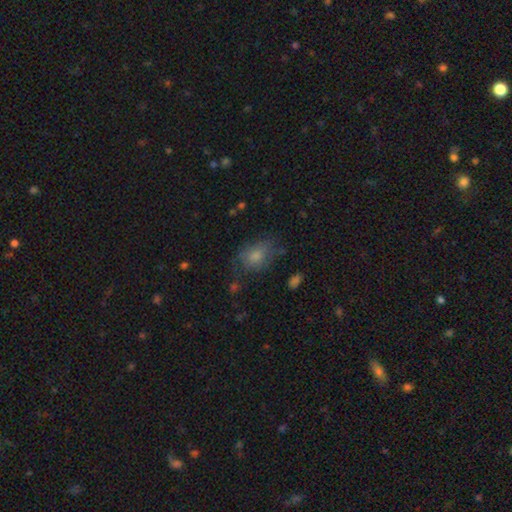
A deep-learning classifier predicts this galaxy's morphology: Smooth or featured? smooth (61%)
How rounded? in between (67%)
Merging? none (64%)